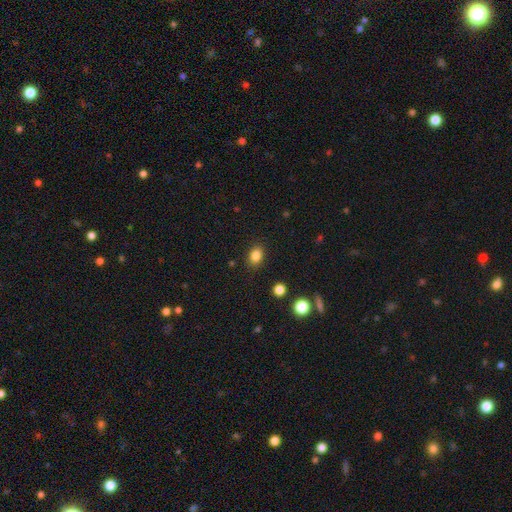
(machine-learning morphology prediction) A smooth galaxy with no disk features (84%) that is in between round and cigar-shaped (63%). Merging: none (87%).